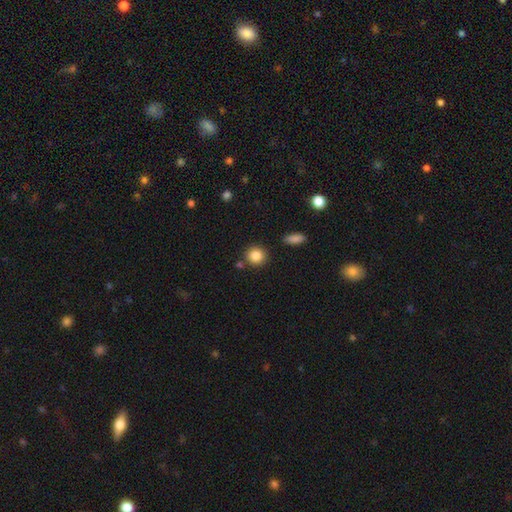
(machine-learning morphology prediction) Smooth or featured? smooth (86%)
How rounded? round (88%)
Merging? none (82%)